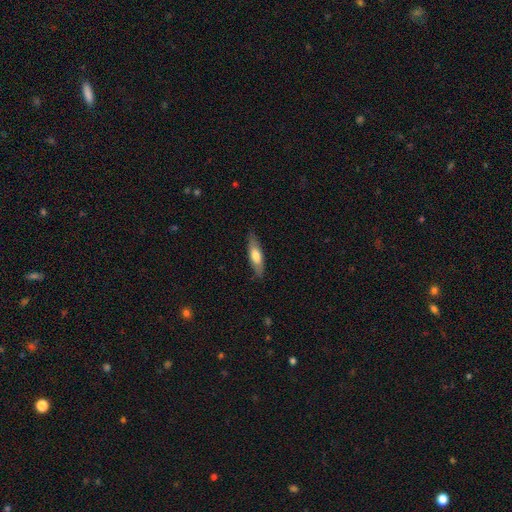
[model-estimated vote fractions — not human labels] Q: Smooth or featured?
A: smooth (64%); runner-up: featured or disk (30%)
Q: How rounded?
A: cigar-shaped (56%); runner-up: in between (42%)
Q: Merging?
A: none (83%); runner-up: minor disturbance (13%)